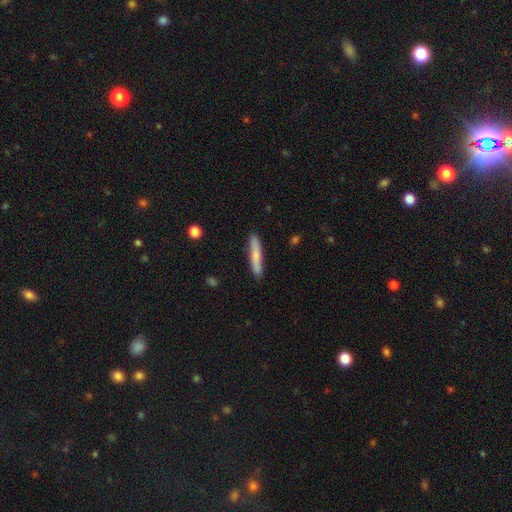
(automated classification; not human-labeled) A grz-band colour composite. It shows a smooth galaxy with no disk features (69%) that is cigar-shaped (92%). Merging: none (86%).